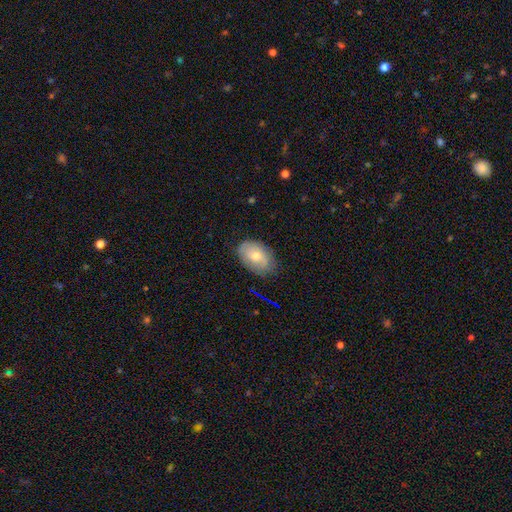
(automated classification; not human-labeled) smooth-or-featured: smooth: 61% | featured or disk: 31% | star or artifact: 8%
  how-rounded: in between: 87% | round: 12% | cigar-shaped: 1%
  merging: none: 77% | minor disturbance: 18% | major disturbance: 4% | merger: 1%